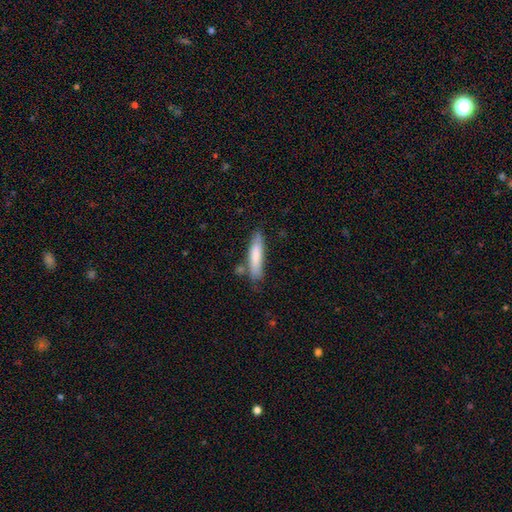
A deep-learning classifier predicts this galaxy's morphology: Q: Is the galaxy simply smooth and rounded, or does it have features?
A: smooth — 79%.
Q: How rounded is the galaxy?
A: cigar-shaped — 81%.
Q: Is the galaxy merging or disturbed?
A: none — 73%.